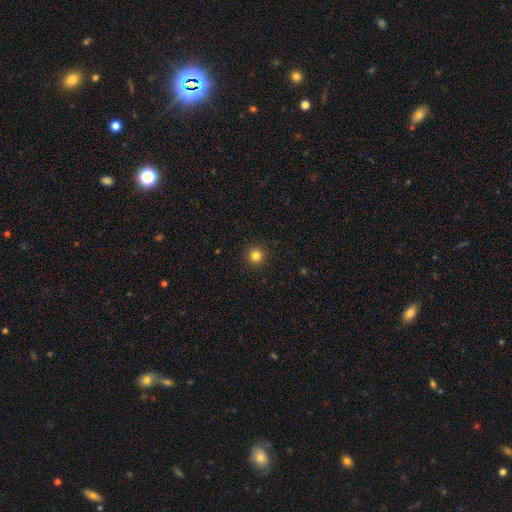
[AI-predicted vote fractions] Smooth or featured?
  - smooth: 82% *
  - star or artifact: 13%
  - featured or disk: 5%
How rounded?
  - round: 96% *
  - in between: 3%
  - cigar-shaped: 1%
Merging?
  - none: 93% *
  - minor disturbance: 5%
  - major disturbance: 2%
  - merger: 1%